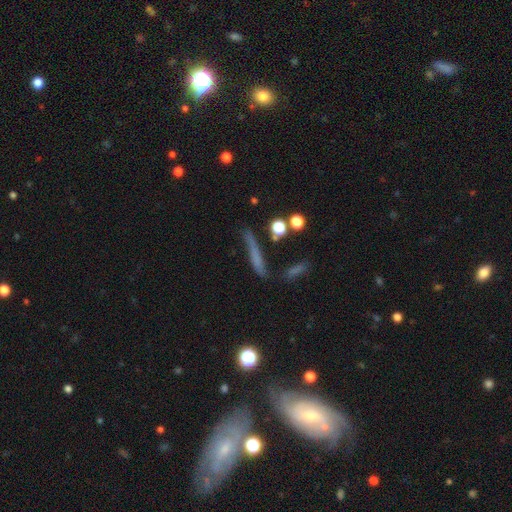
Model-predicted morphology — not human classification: smooth 51%, featured or disk 35%, star or artifact 14%. Down the decision tree: how rounded — cigar-shaped (85%); merging — none (62%).